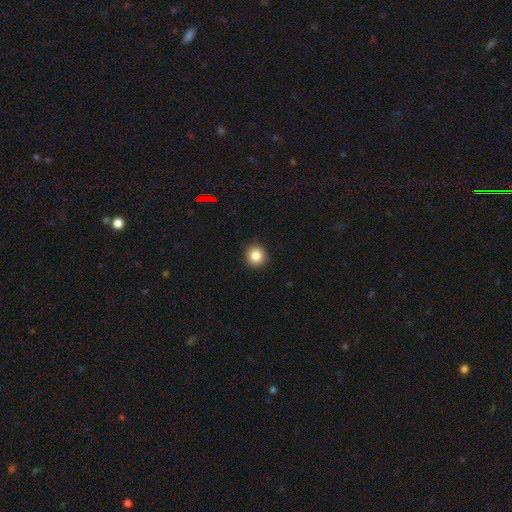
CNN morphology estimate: Q: Smooth or featured?
A: smooth (84%); runner-up: star or artifact (11%)
Q: How rounded?
A: round (91%); runner-up: in between (8%)
Q: Merging?
A: none (91%); runner-up: minor disturbance (6%)